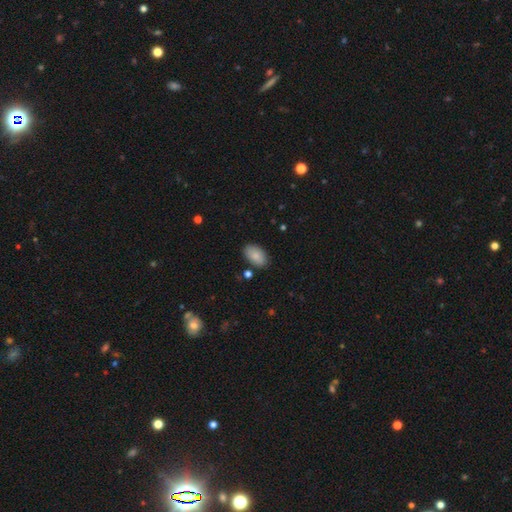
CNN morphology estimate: type=smooth (86%); roundness=in between (94%); merging=none (85%).